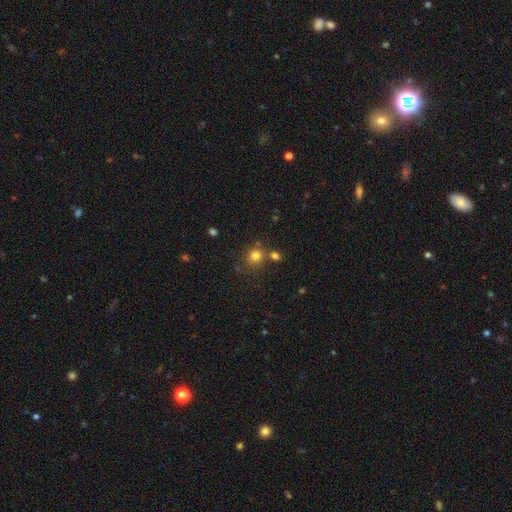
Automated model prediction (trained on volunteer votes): Q: Smooth or featured?
A: smooth (79%); runner-up: star or artifact (14%)
Q: How rounded?
A: round (86%); runner-up: in between (13%)
Q: Merging?
A: none (68%); runner-up: merger (17%)